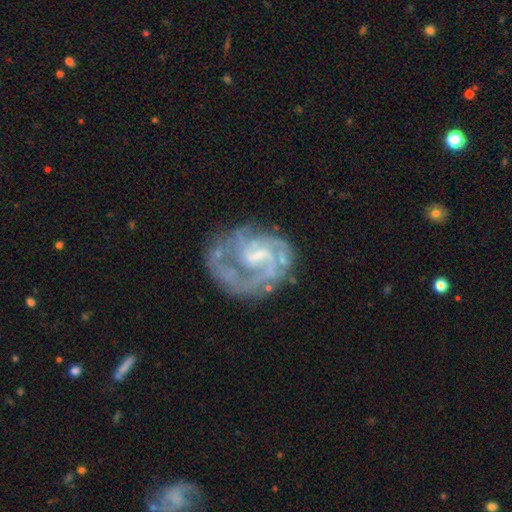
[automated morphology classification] This appears to be a featured or disk galaxy (82%) with a weak bar (51%), 2 (34%) tight (47%) spiral arms (89%) and a small central bulge (44%). Merging: none (60%).